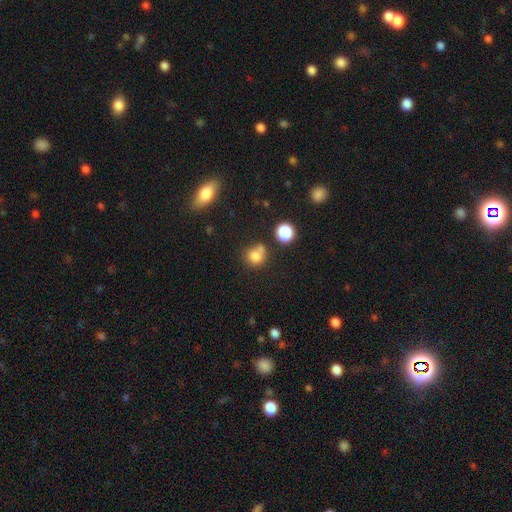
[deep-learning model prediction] smooth 78%, star or artifact 13%, featured or disk 9%. Down the decision tree: how rounded — round (80%); merging — none (51%).